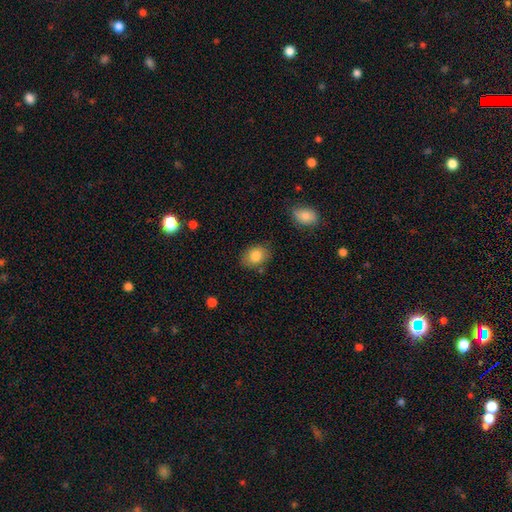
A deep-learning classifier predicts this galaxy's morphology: Smooth or featured? smooth (84%)
How rounded? in between (65%)
Merging? none (80%)